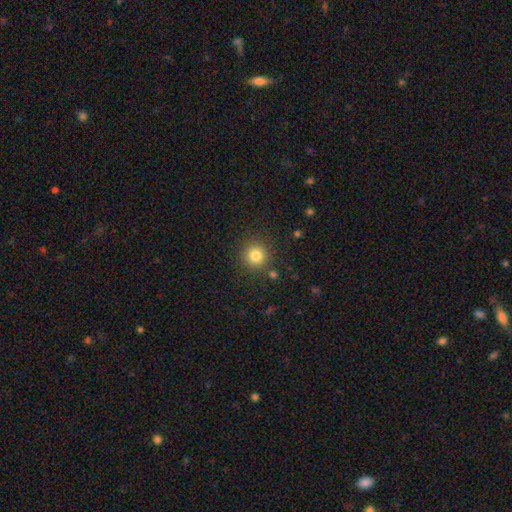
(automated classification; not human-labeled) smooth 82%, star or artifact 12%, featured or disk 6%. Down the decision tree: how rounded — round (94%); merging — none (88%).